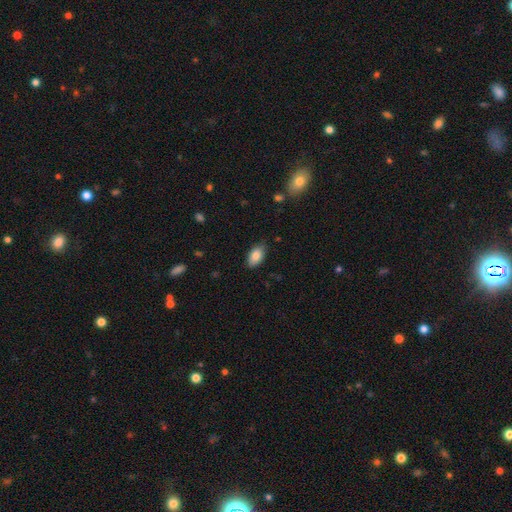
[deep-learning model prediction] Q: Smooth or featured?
A: smooth (84%); runner-up: featured or disk (8%)
Q: How rounded?
A: in between (93%); runner-up: round (5%)
Q: Merging?
A: none (82%); runner-up: minor disturbance (14%)